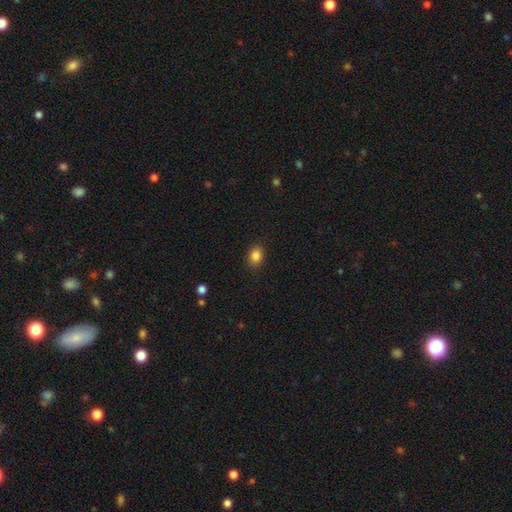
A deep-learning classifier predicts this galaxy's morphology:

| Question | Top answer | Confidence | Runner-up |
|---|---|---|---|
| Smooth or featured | smooth | 86% | star or artifact (10%) |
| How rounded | in between | 63% | round (36%) |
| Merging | none | 87% | minor disturbance (9%) |